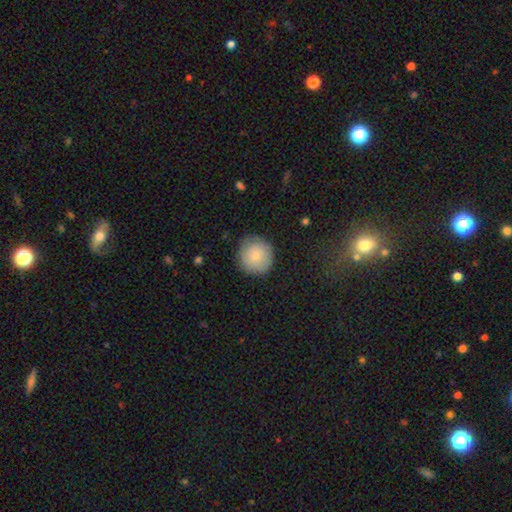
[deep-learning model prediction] Morphology: type=smooth (79%); roundness=round (93%); merging=none (83%).